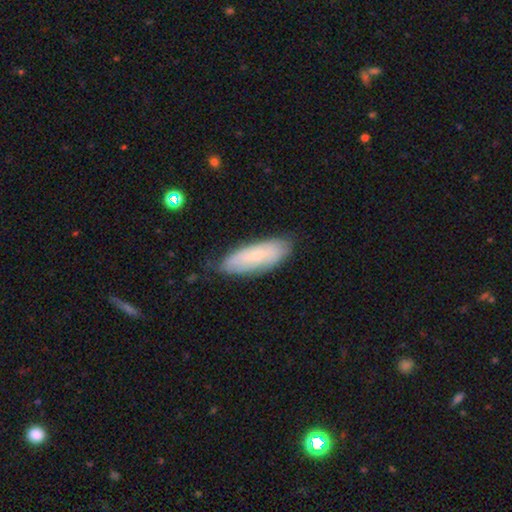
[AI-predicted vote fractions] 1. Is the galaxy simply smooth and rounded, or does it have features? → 61% smooth, 32% featured or disk, 7% star or artifact.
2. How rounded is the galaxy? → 67% in between, 31% cigar-shaped, 2% round.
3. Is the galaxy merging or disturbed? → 76% none, 19% minor disturbance, 4% major disturbance, 1% merger.